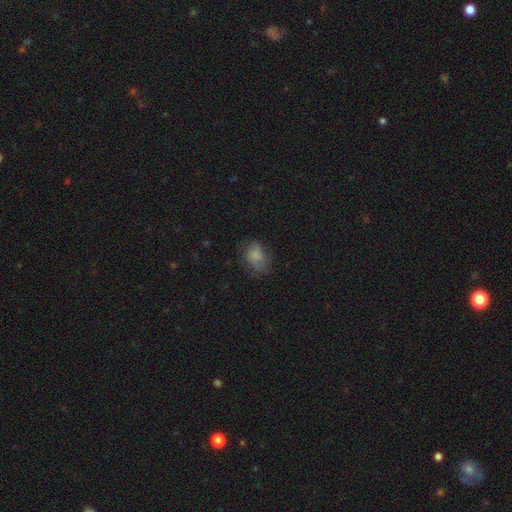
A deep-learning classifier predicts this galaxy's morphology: A smooth galaxy with no disk features (72%) that is in between round and cigar-shaped (74%).

Vote fractions:
- Smooth or featured? smooth: 72% / featured or disk: 17% / star or artifact: 11%
- How rounded? in between: 74% / round: 25% / cigar-shaped: 1%
- Merging? none: 56% / minor disturbance: 28% / major disturbance: 14% / merger: 2%